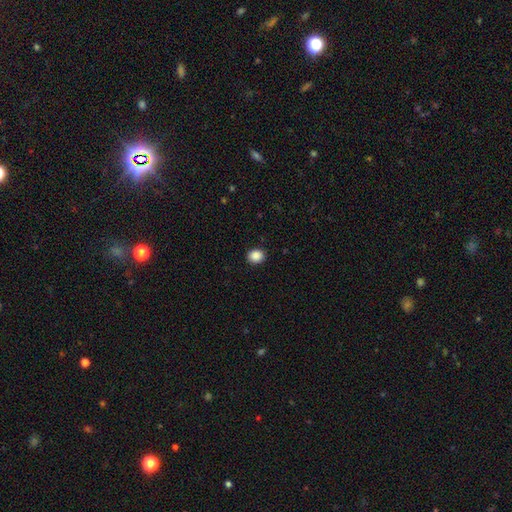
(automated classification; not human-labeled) A smooth galaxy with no disk features (88%) that is round (67%).

Vote fractions:
- Smooth or featured? smooth: 88% / star or artifact: 9% / featured or disk: 3%
- How rounded? round: 67% / in between: 33% / cigar-shaped: 1%
- Merging? none: 91% / minor disturbance: 6% / major disturbance: 2% / merger: 1%